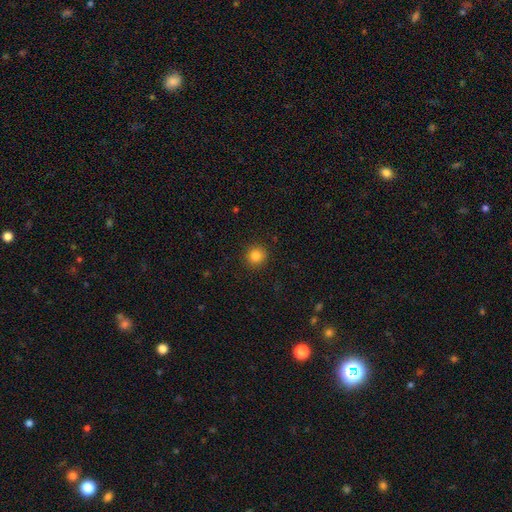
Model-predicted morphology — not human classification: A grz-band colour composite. It shows a smooth galaxy with no disk features (83%) that is round (93%). Merging: none (91%).